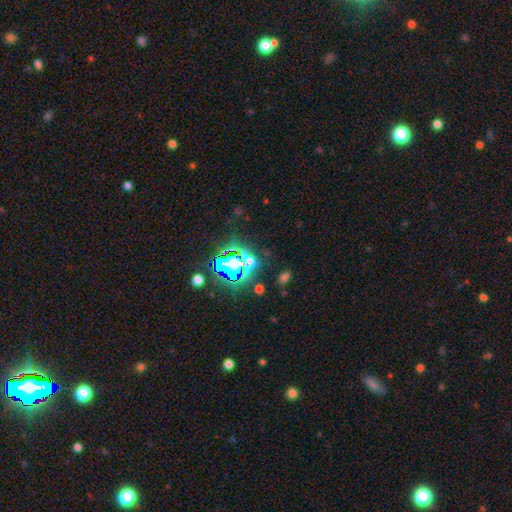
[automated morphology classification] A star or artifact, not a galaxy (83%).